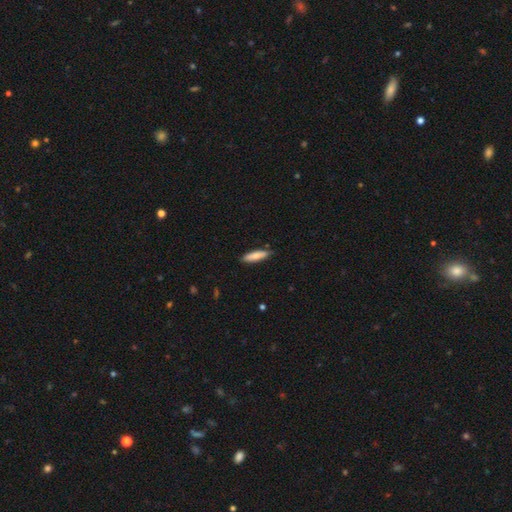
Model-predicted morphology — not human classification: smooth-or-featured: smooth: 80% | featured or disk: 14% | star or artifact: 6%
  how-rounded: cigar-shaped: 72% | in between: 26% | round: 1%
  merging: none: 85% | minor disturbance: 12% | major disturbance: 2% | merger: 1%